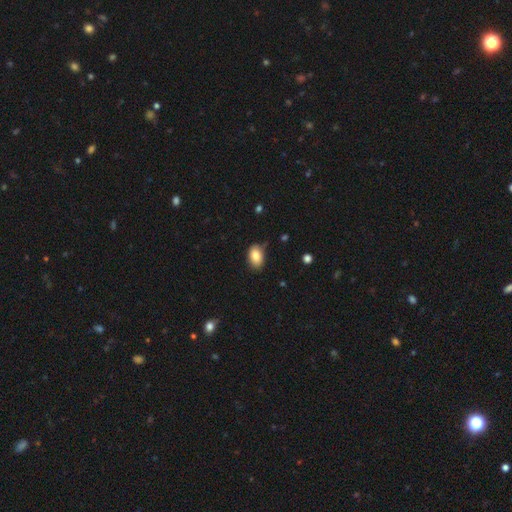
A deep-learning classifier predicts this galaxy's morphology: smooth-or-featured: smooth: 83% | featured or disk: 9% | star or artifact: 8%
  how-rounded: in between: 84% | round: 15% | cigar-shaped: 1%
  merging: none: 79% | minor disturbance: 17% | major disturbance: 3% | merger: 2%